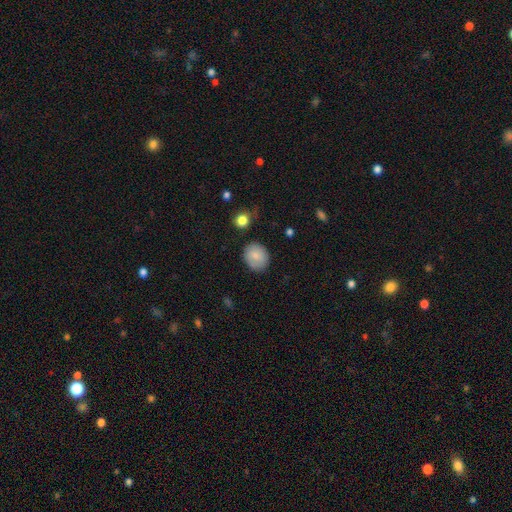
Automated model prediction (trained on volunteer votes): Morphology: type=smooth (79%); roundness=round (64%); merging=none (80%).